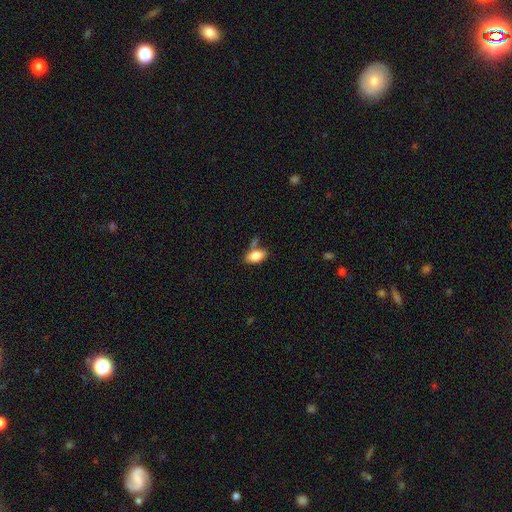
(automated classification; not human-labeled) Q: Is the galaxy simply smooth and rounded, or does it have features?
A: smooth — 83%.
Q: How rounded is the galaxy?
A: in between — 92%.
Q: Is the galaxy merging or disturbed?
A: none — 58%.